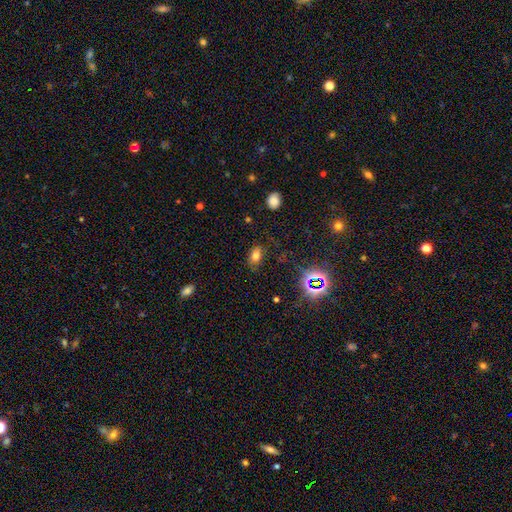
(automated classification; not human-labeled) Smooth or featured? Predicted: smooth (p=0.70). How rounded? Predicted: in between (p=0.86). Merging? Predicted: none (p=0.77).